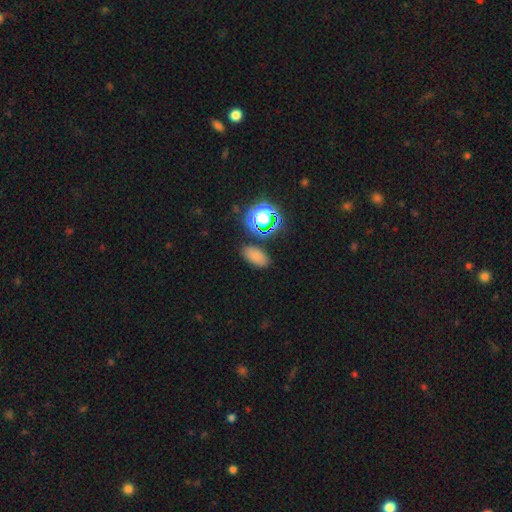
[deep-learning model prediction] Q: Smooth or featured?
A: smooth (69%); runner-up: star or artifact (23%)
Q: How rounded?
A: in between (87%); runner-up: round (10%)
Q: Merging?
A: none (81%); runner-up: minor disturbance (11%)